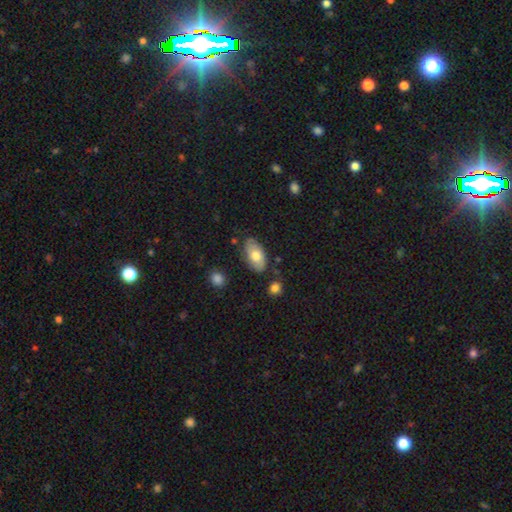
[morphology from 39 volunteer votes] Q: Smooth or featured?
A: smooth (62%); runner-up: featured or disk (31%)
Q: How rounded?
A: in between (92%); runner-up: round (8%)
Q: Merging?
A: none (69%); runner-up: minor disturbance (28%)